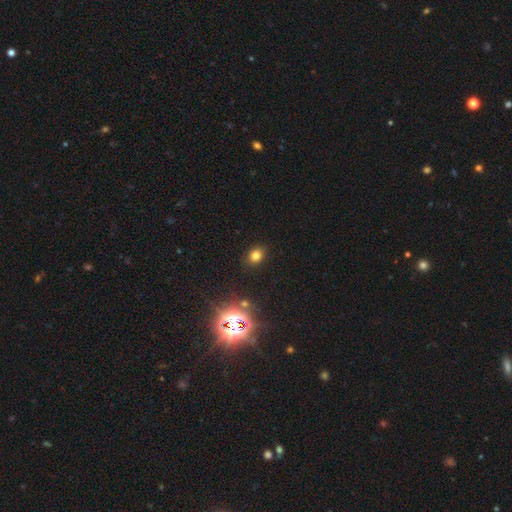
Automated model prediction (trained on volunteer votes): Smooth or featured?
  - smooth: 75% *
  - star or artifact: 19%
  - featured or disk: 6%
How rounded?
  - round: 53% *
  - in between: 46%
  - cigar-shaped: 1%
Merging?
  - none: 88% *
  - minor disturbance: 8%
  - major disturbance: 2%
  - merger: 2%